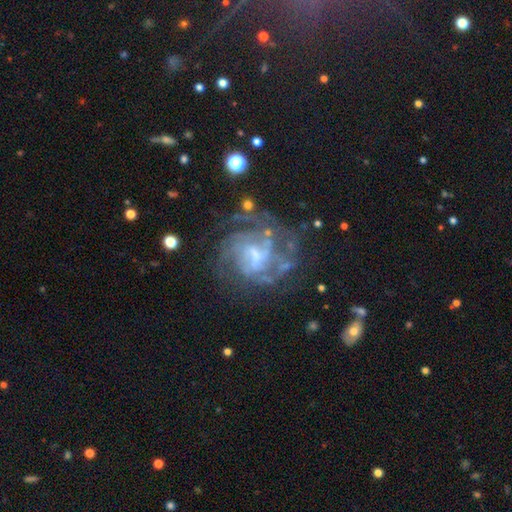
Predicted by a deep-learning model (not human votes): A featured or disk galaxy (83%) with a weak bar (51%), tight (49%) spiral arms (88%) and a small central bulge (43%).

Vote fractions:
- Smooth or featured? featured or disk: 83% / smooth: 9% / star or artifact: 8%
- Edge-on disk? no: 98% / yes: 2%
- Bar? weak: 51% / no: 35% / strong: 14%
- Spiral arms? yes: 88% / no: 12%
- Spiral winding? tight: 49% / medium: 38% / loose: 13%
- Spiral arm count? can't tell: 39% / 3: 19% / 4: 16% / 2: 13% / more than 4: 7% / 1: 6%
- Bulge size? small: 43% / moderate: 31% / none: 21% / large: 5% / dominant: 1%
- Merging? none: 60% / minor disturbance: 18% / major disturbance: 18% / merger: 3%